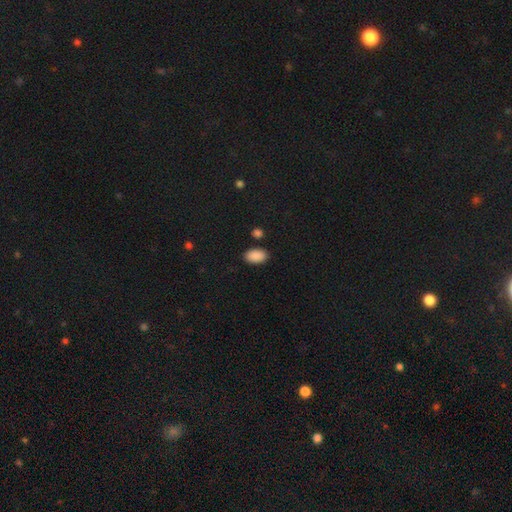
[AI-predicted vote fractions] This appears to be a smooth galaxy with no disk features (90%) that is in between round and cigar-shaped (92%). Merging: none (86%).